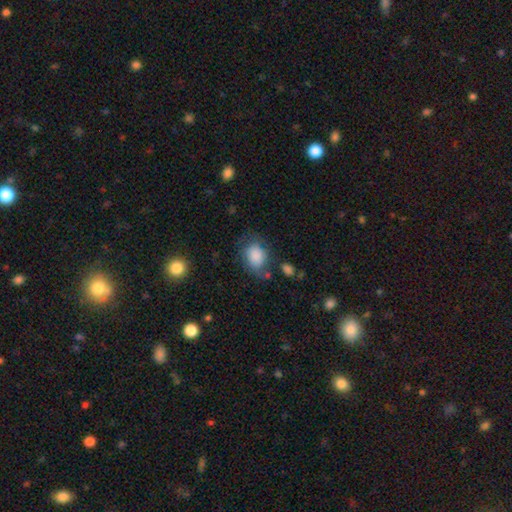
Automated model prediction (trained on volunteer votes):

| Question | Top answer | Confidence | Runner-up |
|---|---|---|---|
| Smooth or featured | smooth | 82% | featured or disk (11%) |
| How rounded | in between | 63% | round (35%) |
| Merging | none | 53% | minor disturbance (27%) |